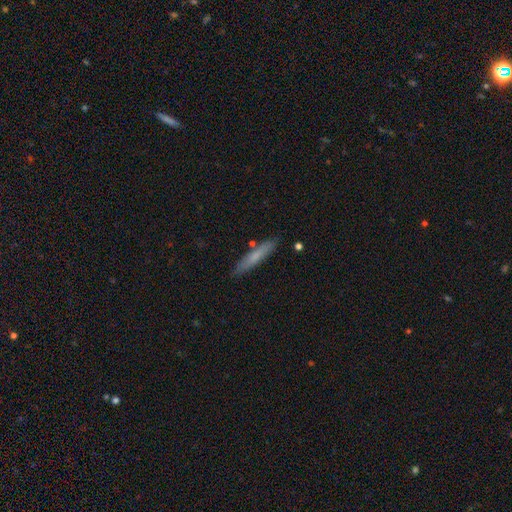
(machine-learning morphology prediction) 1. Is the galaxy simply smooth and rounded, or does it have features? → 67% smooth, 26% featured or disk, 6% star or artifact.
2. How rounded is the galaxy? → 91% cigar-shaped, 7% in between, 1% round.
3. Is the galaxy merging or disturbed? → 86% none, 10% minor disturbance, 3% merger, 2% major disturbance.